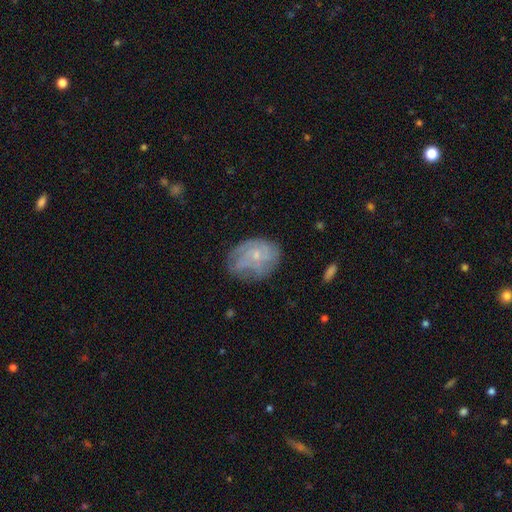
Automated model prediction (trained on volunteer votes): Smooth or featured: featured or disk — 64% (smooth — 27%)
Edge-on disk: no — 97% (yes — 3%)
Bar: no — 78% (weak — 19%)
Spiral arms: yes — 79% (no — 21%)
Bulge size: small — 72% (moderate — 20%)
Merging: none — 61% (minor disturbance — 25%)